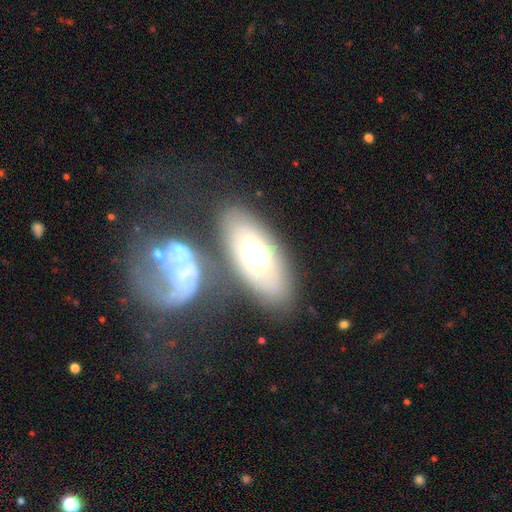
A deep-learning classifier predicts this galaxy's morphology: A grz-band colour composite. It shows a smooth galaxy with no disk features (49%). Merging: none (61%).